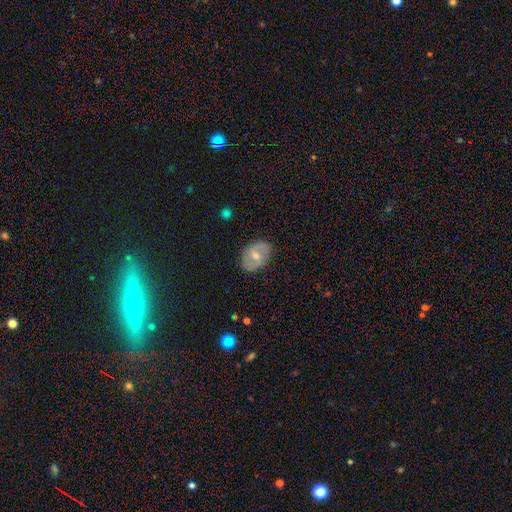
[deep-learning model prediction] Q: Smooth or featured?
A: featured or disk (55%); runner-up: smooth (38%)
Q: Edge-on disk?
A: no (94%); runner-up: yes (6%)
Q: Bar?
A: weak (47%); runner-up: no (37%)
Q: Spiral arms?
A: yes (62%); runner-up: no (38%)
Q: Bulge size?
A: moderate (64%); runner-up: small (31%)
Q: Merging?
A: none (83%); runner-up: minor disturbance (13%)